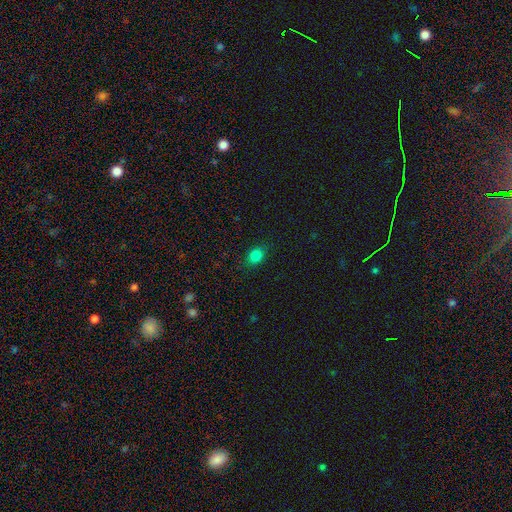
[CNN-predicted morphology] type=smooth (83%); roundness=in between (60%); merging=none (87%).